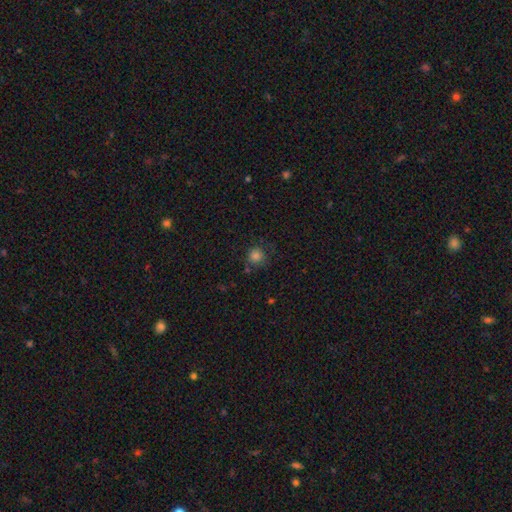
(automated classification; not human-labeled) Smooth or featured: smooth — 82% (star or artifact — 13%)
How rounded: round — 93% (in between — 6%)
Merging: none — 76% (minor disturbance — 14%)